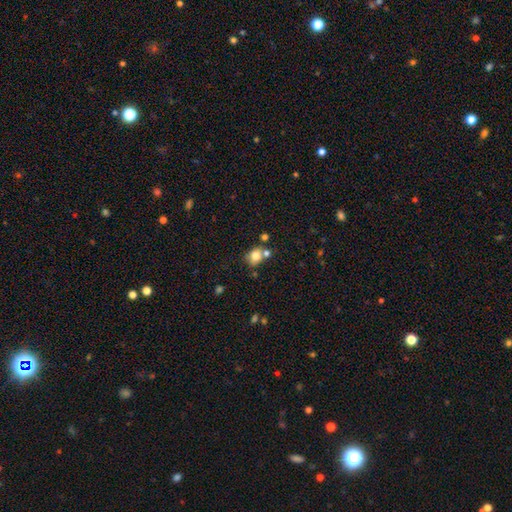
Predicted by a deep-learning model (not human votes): Q: Smooth or featured?
A: smooth (78%); runner-up: star or artifact (11%)
Q: How rounded?
A: round (57%); runner-up: in between (42%)
Q: Merging?
A: none (55%); runner-up: merger (26%)